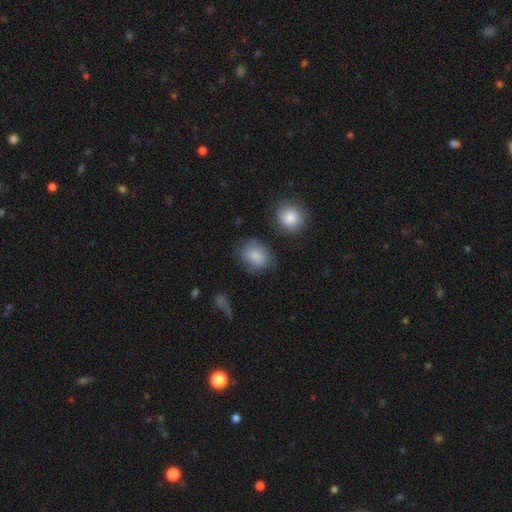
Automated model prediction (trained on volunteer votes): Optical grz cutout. It shows a smooth galaxy with no disk features (83%) that is round (51%). Merging: none (66%).